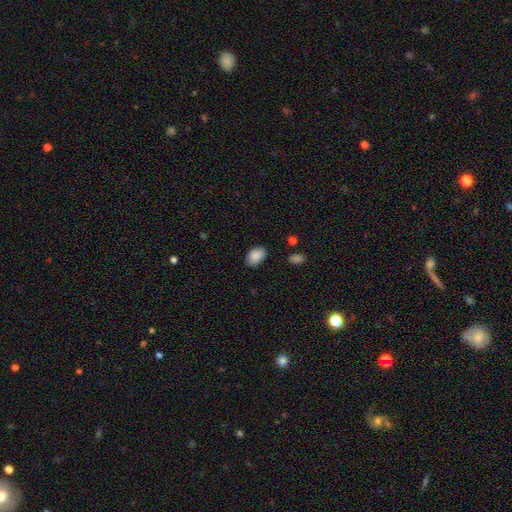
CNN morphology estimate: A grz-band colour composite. It shows a smooth galaxy with no disk features (88%) that is in between round and cigar-shaped (87%). Merging: none (80%).